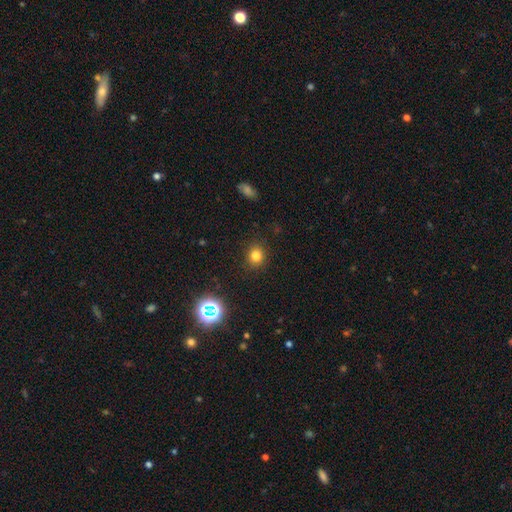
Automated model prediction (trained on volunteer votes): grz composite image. It shows a smooth galaxy with no disk features (78%) that is round (79%). Merging: none (88%).